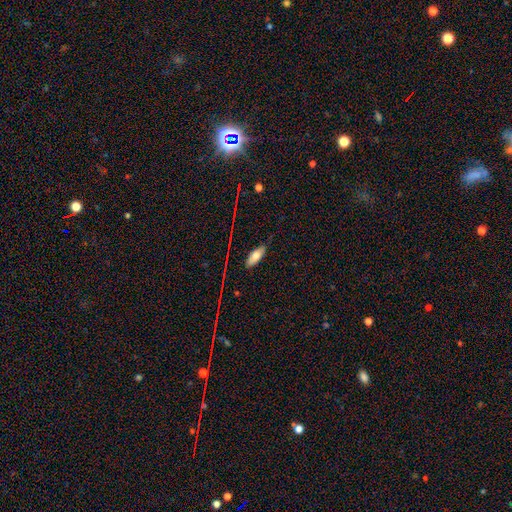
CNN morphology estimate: smooth 72%, featured or disk 19%, star or artifact 10%. Down the decision tree: how rounded — in between (79%); merging — none (80%).